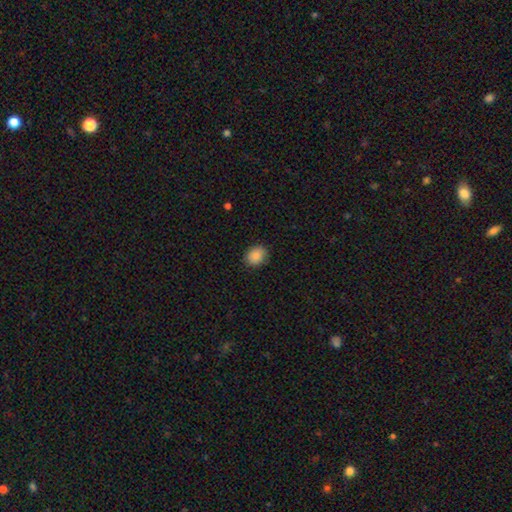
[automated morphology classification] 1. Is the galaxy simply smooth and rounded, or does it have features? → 88% smooth, 8% star or artifact, 4% featured or disk.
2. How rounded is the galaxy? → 56% round, 43% in between, 1% cigar-shaped.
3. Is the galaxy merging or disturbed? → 85% none, 11% minor disturbance, 3% major disturbance, 1% merger.